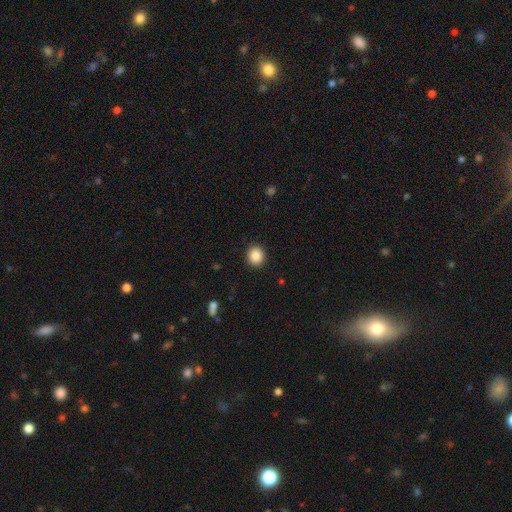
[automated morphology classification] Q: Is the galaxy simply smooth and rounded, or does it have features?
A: smooth — 87%.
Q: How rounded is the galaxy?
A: round — 82%.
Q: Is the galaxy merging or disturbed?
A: none — 91%.